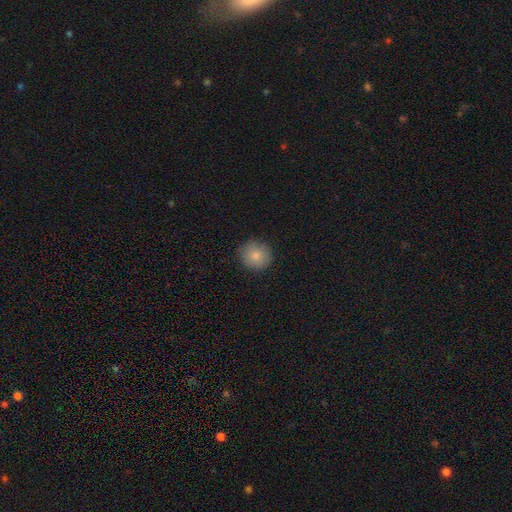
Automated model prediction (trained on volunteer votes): A smooth galaxy with no disk features (83%) that is round (91%). Merging: none (86%).